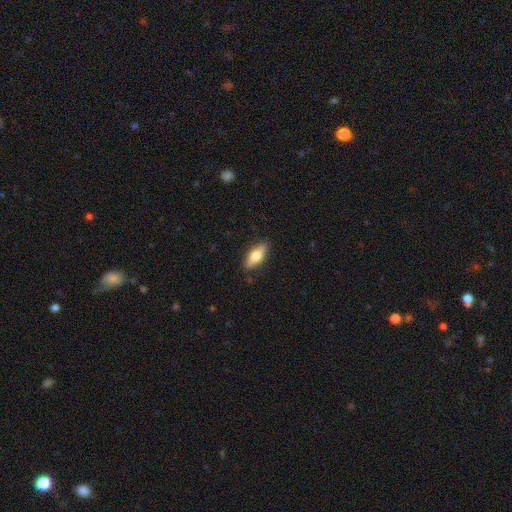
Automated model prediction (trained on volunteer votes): Smooth or featured?
  - smooth: 63% *
  - featured or disk: 31%
  - star or artifact: 6%
How rounded?
  - in between: 67% *
  - cigar-shaped: 30%
  - round: 3%
Merging?
  - none: 86% *
  - minor disturbance: 11%
  - major disturbance: 2%
  - merger: 1%